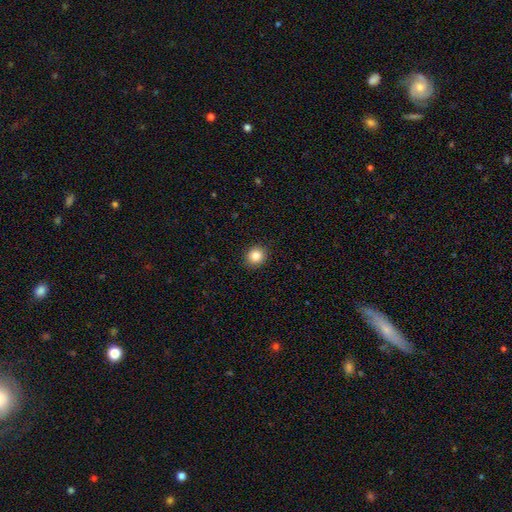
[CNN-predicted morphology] smooth 85%, star or artifact 10%, featured or disk 5%. Down the decision tree: how rounded — round (80%); merging — none (91%).